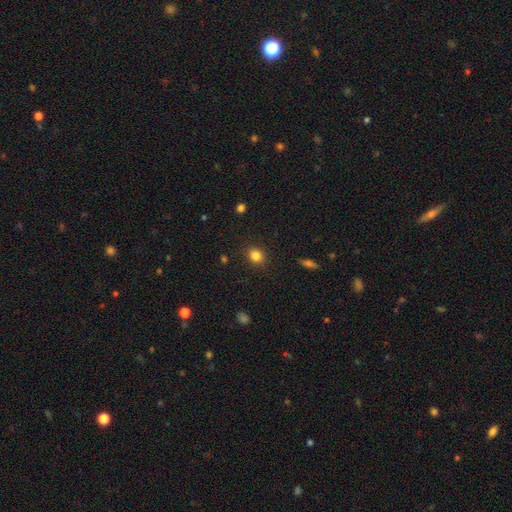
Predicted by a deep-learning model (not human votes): The model was most divided on "how rounded": round: 71%, in between: 28%, cigar-shaped: 1%. More confident: merging — none (89%); smooth or featured — smooth (84%).